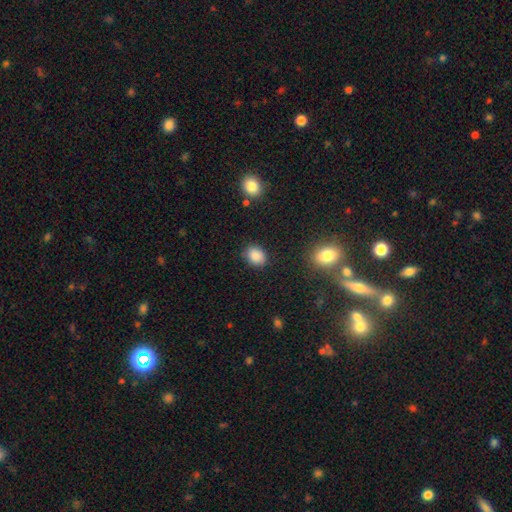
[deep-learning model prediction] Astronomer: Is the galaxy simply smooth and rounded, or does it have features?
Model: smooth — 87%.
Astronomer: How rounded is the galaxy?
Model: in between — 51% (runner-up: round, 48%).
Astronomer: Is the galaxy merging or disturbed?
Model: none — 81%.